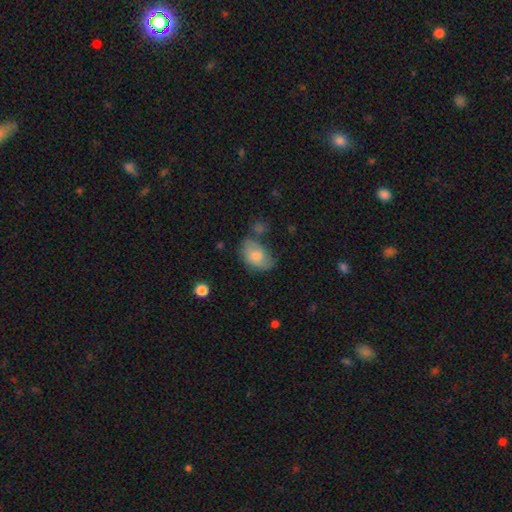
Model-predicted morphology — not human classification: Smooth or featured?
  - smooth: 71% *
  - featured or disk: 21%
  - star or artifact: 8%
How rounded?
  - in between: 87% *
  - round: 11%
  - cigar-shaped: 1%
Merging?
  - none: 49% *
  - minor disturbance: 31%
  - major disturbance: 11%
  - merger: 9%